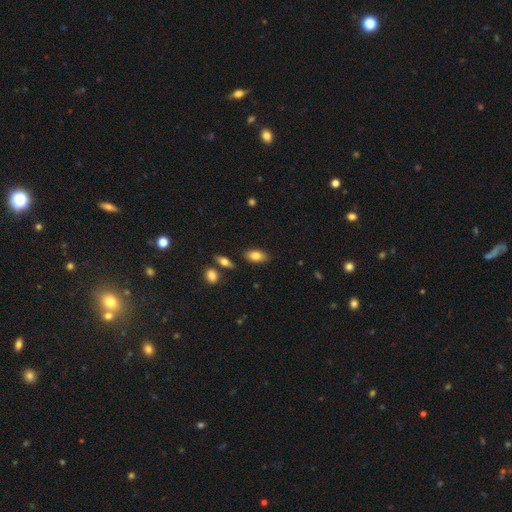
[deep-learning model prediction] smooth_or_featured: smooth (p=0.80) [alt: featured or disk p=0.12]
how_rounded: in between (p=0.90) [alt: cigar-shaped p=0.05]
merging: none (p=0.83) [alt: minor disturbance p=0.11]